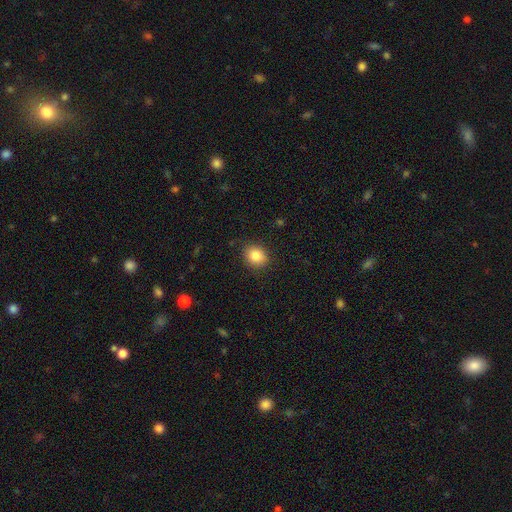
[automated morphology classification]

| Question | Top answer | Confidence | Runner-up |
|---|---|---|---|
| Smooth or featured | smooth | 84% | star or artifact (10%) |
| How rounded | round | 67% | in between (32%) |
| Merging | none | 88% | minor disturbance (9%) |